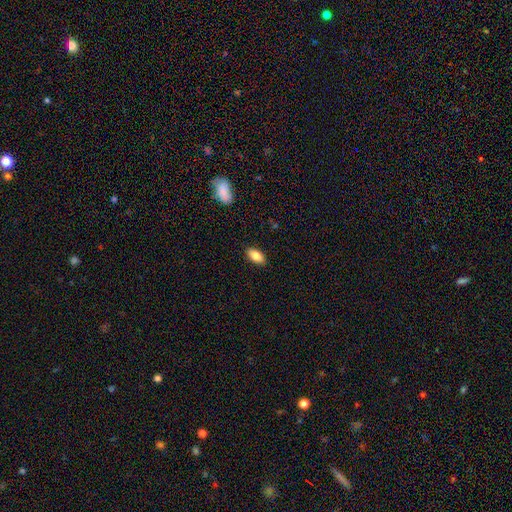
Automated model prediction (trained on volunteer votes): smooth-or-featured: smooth: 85% | featured or disk: 8% | star or artifact: 7%
  how-rounded: in between: 91% | cigar-shaped: 6% | round: 3%
  merging: none: 89% | minor disturbance: 8% | major disturbance: 2% | merger: 1%